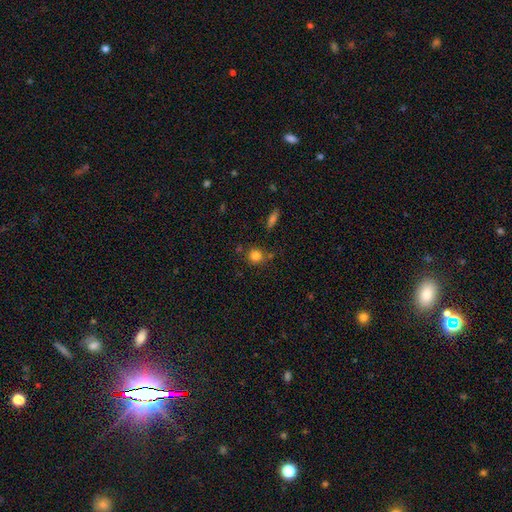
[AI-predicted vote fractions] smooth 82%, star or artifact 12%, featured or disk 7%. Down the decision tree: how rounded — round (89%); merging — none (76%).